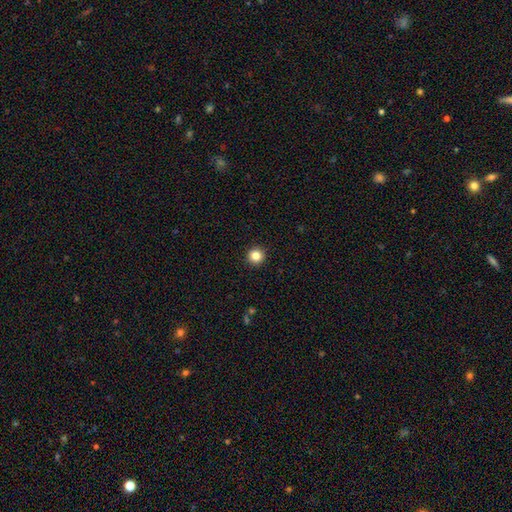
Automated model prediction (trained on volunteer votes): smooth_or_featured: smooth (p=0.84) [alt: star or artifact p=0.11]
how_rounded: round (p=0.96) [alt: in between p=0.03]
merging: none (p=0.93) [alt: minor disturbance p=0.04]